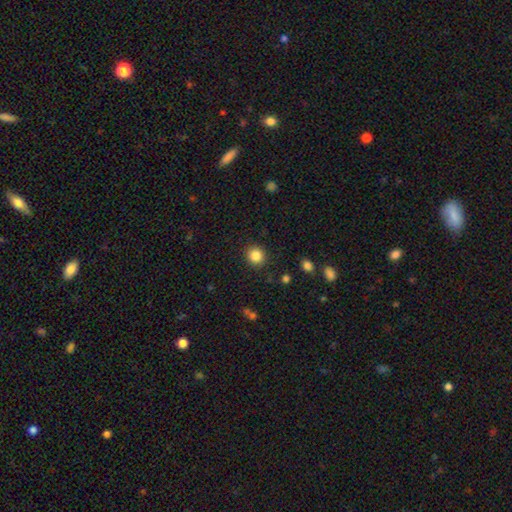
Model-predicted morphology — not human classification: Smooth or featured?
  - smooth: 85% *
  - star or artifact: 11%
  - featured or disk: 5%
How rounded?
  - round: 89% *
  - in between: 10%
  - cigar-shaped: 1%
Merging?
  - none: 90% *
  - minor disturbance: 7%
  - major disturbance: 2%
  - merger: 1%